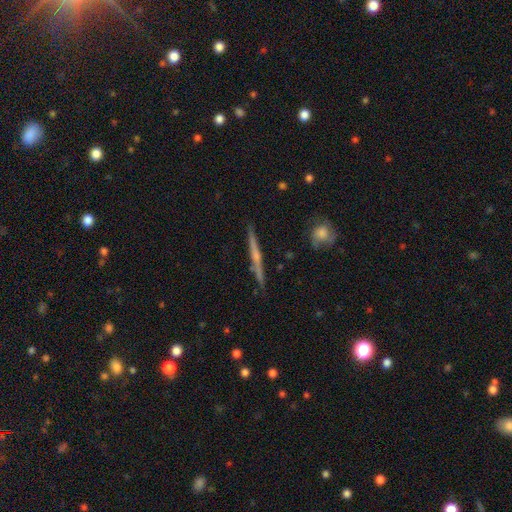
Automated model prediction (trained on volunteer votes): The model was most divided on "edge-on bulge": rounded: 48%, none: 43%, boxy: 9%. More confident: edge-on disk — yes (97%); merging — none (89%); smooth or featured — featured or disk (66%).